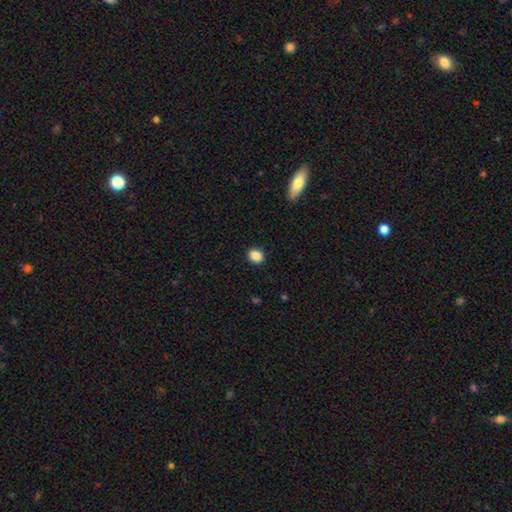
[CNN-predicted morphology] Smooth or featured: smooth — 87% (star or artifact — 9%)
How rounded: round — 57% (in between — 42%)
Merging: none — 91% (minor disturbance — 6%)